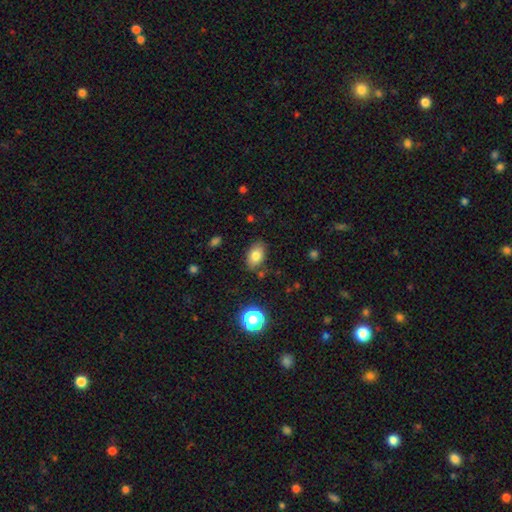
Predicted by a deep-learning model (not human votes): smooth_or_featured: smooth (p=0.80) [alt: star or artifact p=0.10]
how_rounded: in between (p=0.86) [alt: round p=0.12]
merging: none (p=0.81) [alt: minor disturbance p=0.13]